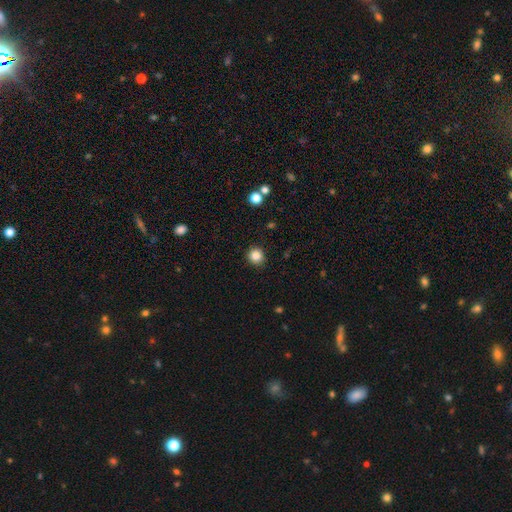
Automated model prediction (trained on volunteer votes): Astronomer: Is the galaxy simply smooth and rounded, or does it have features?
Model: smooth — 85%.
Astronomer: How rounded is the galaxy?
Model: round — 92%.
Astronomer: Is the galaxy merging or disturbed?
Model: none — 90%.